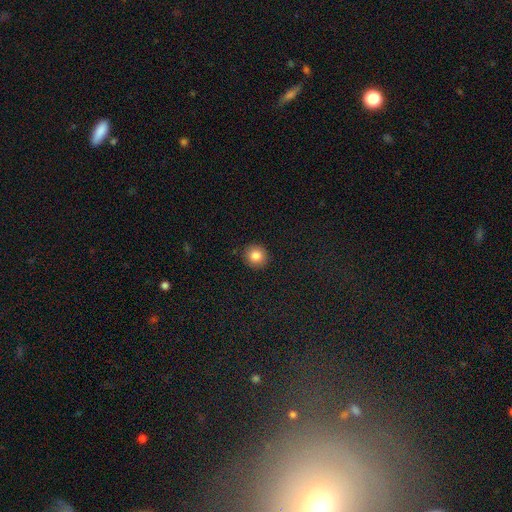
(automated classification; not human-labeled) Overall: smooth (84%). How rounded: round (93%). Merging: none (91%).